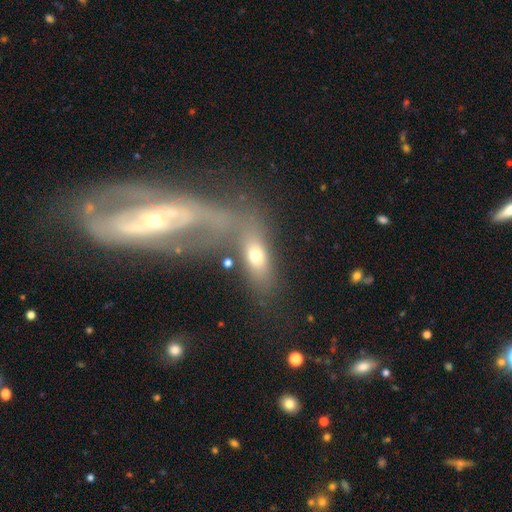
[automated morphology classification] Smooth or featured? Predicted: smooth (p=0.62). How rounded? Predicted: in between (p=0.66). Merging? Predicted: none (p=0.43).